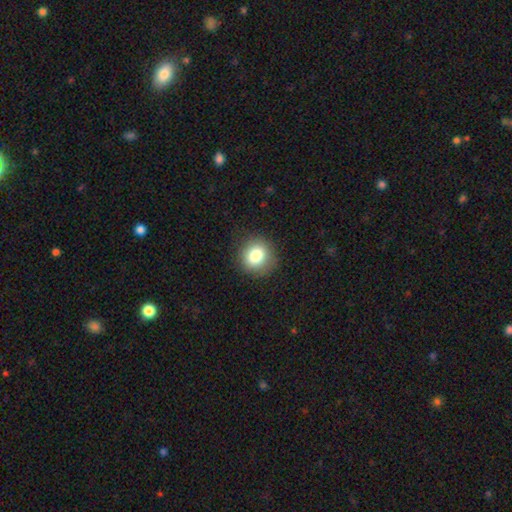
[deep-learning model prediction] smooth 81%, star or artifact 10%, featured or disk 9%. Down the decision tree: how rounded — round (87%); merging — none (88%).